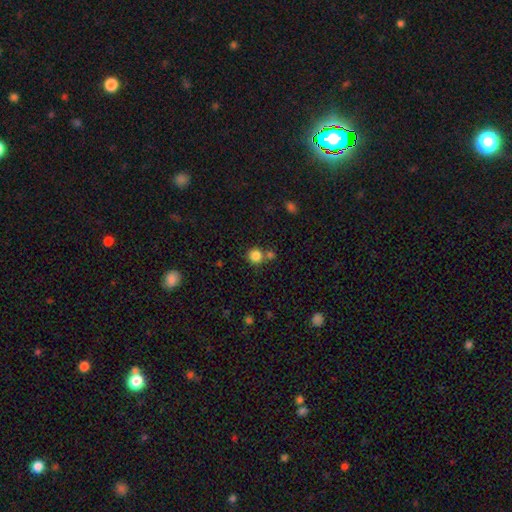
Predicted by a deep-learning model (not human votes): Smooth or featured?
  - smooth: 84% *
  - star or artifact: 11%
  - featured or disk: 5%
How rounded?
  - round: 92% *
  - in between: 7%
  - cigar-shaped: 1%
Merging?
  - none: 66% *
  - merger: 22%
  - minor disturbance: 9%
  - major disturbance: 3%